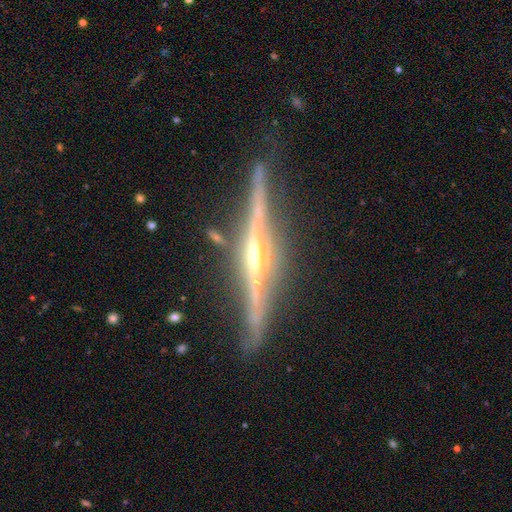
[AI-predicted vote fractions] smooth_or_featured: featured or disk (p=0.89) [alt: smooth p=0.06]
disk_edge_on: yes (p=0.98) [alt: no p=0.02]
edge_on_bulge: rounded (p=0.69) [alt: none p=0.21]
merging: none (p=0.81) [alt: minor disturbance p=0.14]